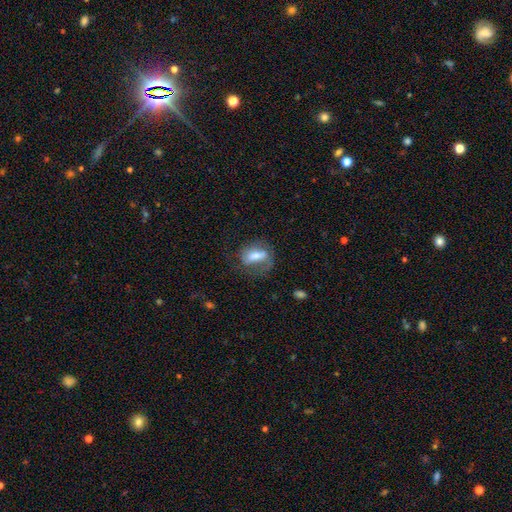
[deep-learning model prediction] Smooth or featured?
  - smooth: 56% *
  - featured or disk: 36%
  - star or artifact: 9%
How rounded?
  - in between: 71% *
  - cigar-shaped: 15%
  - round: 14%
Merging?
  - none: 53% *
  - minor disturbance: 24%
  - major disturbance: 21%
  - merger: 3%